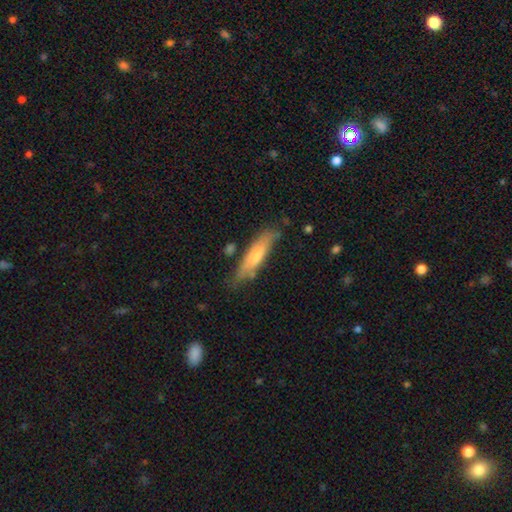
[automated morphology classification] The model was most divided on "smooth or featured": smooth: 59%, featured or disk: 35%, star or artifact: 6%. More confident: how rounded — cigar-shaped (77%); merging — none (73%).